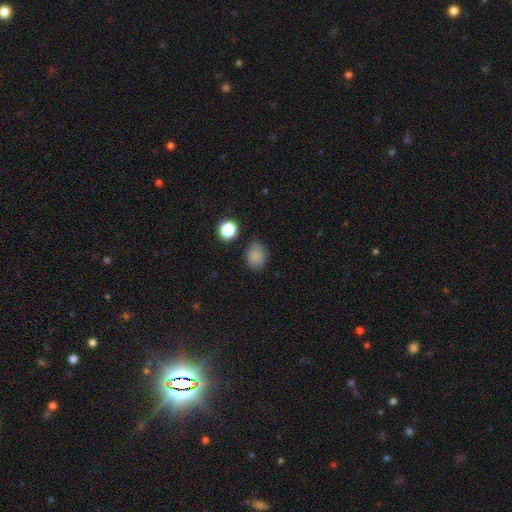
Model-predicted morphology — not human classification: This is clearly a smooth galaxy (83%). How rounded: possibly in between (56%). Merging: likely none (79%).